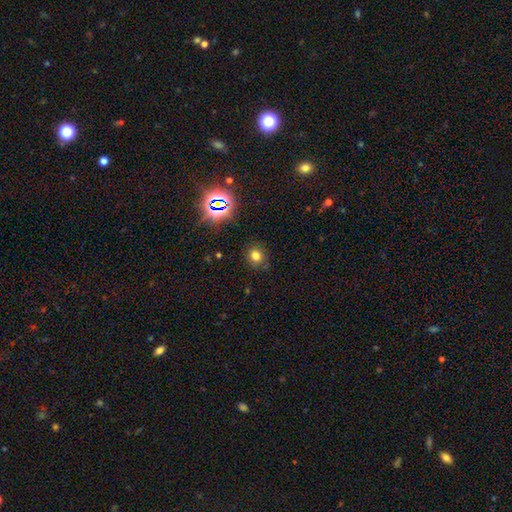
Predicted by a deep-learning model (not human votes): A smooth galaxy with no disk features (72%) that is round (78%).

Vote fractions:
- Smooth or featured? smooth: 72% / star or artifact: 21% / featured or disk: 7%
- How rounded? round: 78% / in between: 21% / cigar-shaped: 1%
- Merging? none: 84% / minor disturbance: 10% / major disturbance: 3% / merger: 2%